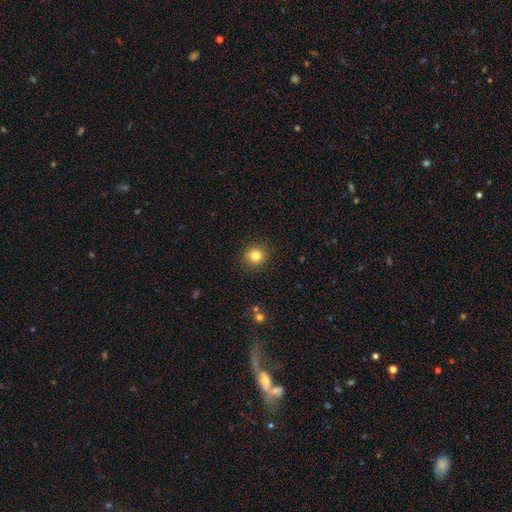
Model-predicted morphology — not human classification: A smooth galaxy with no disk features (82%) that is round (90%).

Vote fractions:
- Smooth or featured? smooth: 82% / star or artifact: 12% / featured or disk: 6%
- How rounded? round: 90% / in between: 9% / cigar-shaped: 1%
- Merging? none: 91% / minor disturbance: 6% / major disturbance: 2% / merger: 1%